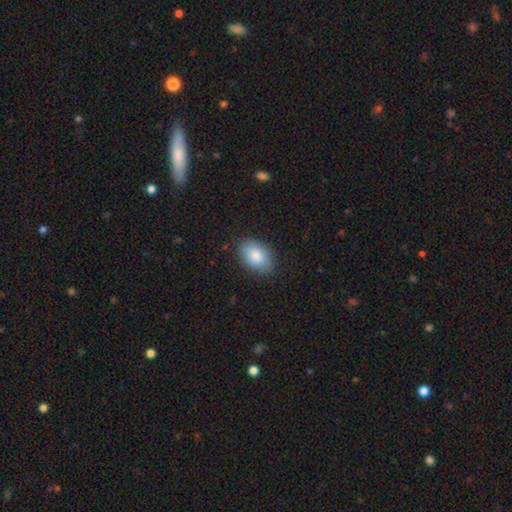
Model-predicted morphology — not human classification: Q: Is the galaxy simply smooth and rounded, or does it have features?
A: smooth — 86%.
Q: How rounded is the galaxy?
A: in between — 89%.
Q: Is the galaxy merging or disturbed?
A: none — 85%.